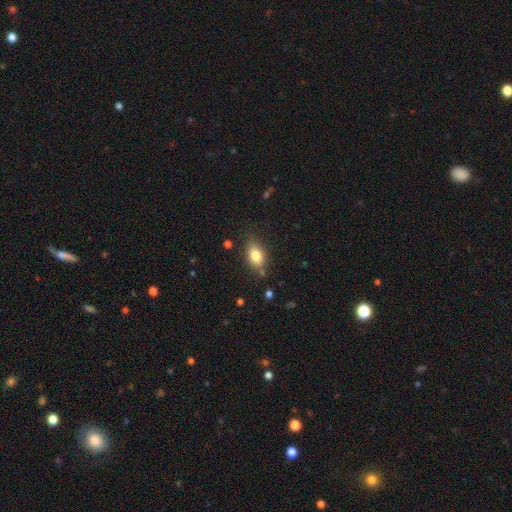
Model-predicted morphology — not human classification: Smooth or featured: smooth — 80% (featured or disk — 12%)
How rounded: in between — 85% (round — 10%)
Merging: none — 76% (minor disturbance — 17%)